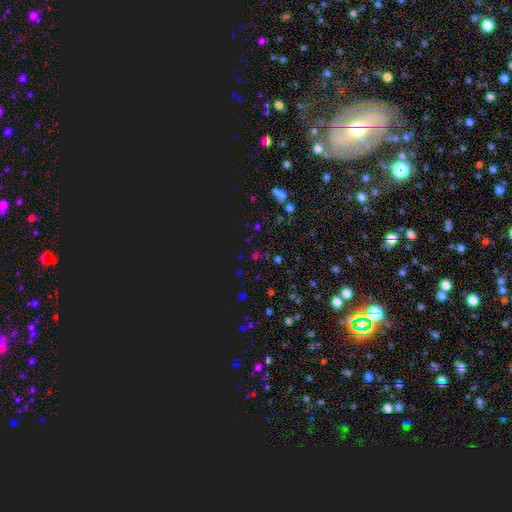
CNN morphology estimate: type=star or artifact (65%).